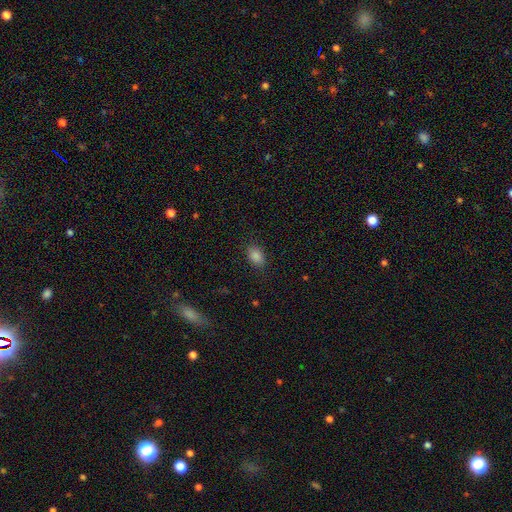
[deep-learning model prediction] Overall: smooth (84%). How rounded: in between (84%). Merging: none (86%).